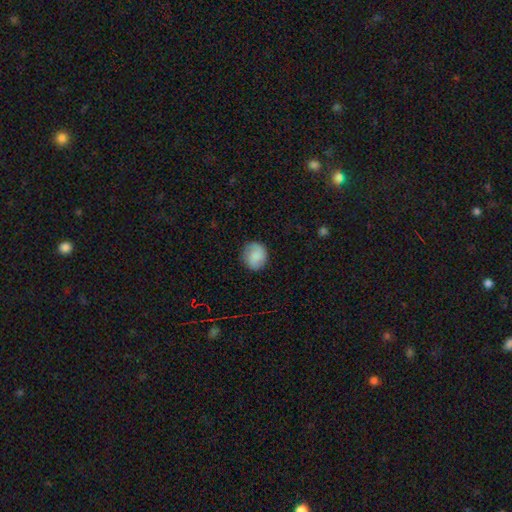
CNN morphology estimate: The model was most divided on "smooth or featured": smooth: 69%, featured or disk: 22%, star or artifact: 8%. More confident: merging — none (80%); how rounded — round (79%).